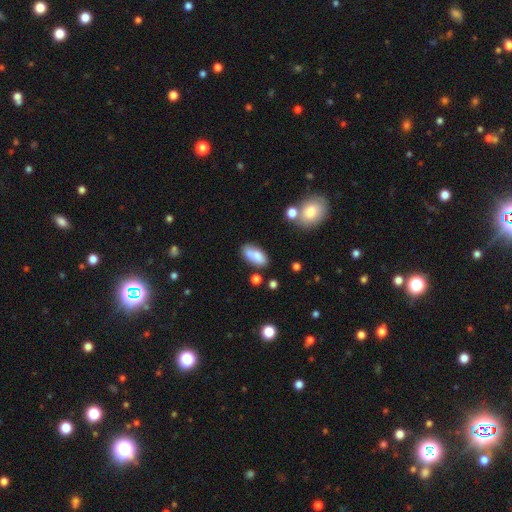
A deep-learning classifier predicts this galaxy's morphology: A smooth galaxy with no disk features (77%) that is in between round and cigar-shaped (88%).

Vote fractions:
- Smooth or featured? smooth: 77% / featured or disk: 15% / star or artifact: 9%
- How rounded? in between: 88% / cigar-shaped: 8% / round: 4%
- Merging? none: 54% / merger: 20% / minor disturbance: 20% / major disturbance: 7%